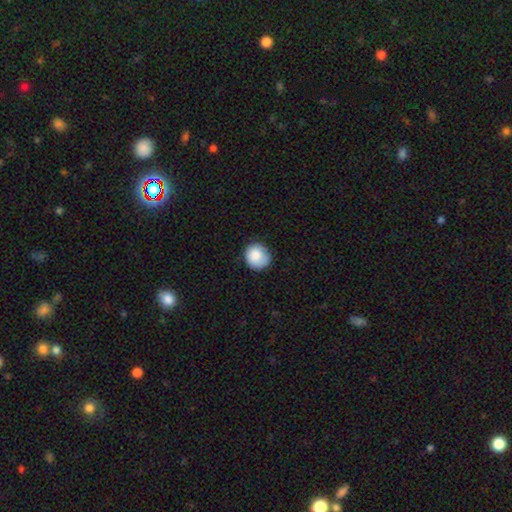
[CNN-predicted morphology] Q: Smooth or featured?
A: smooth (86%); runner-up: star or artifact (7%)
Q: How rounded?
A: round (88%); runner-up: in between (11%)
Q: Merging?
A: none (76%); runner-up: minor disturbance (19%)